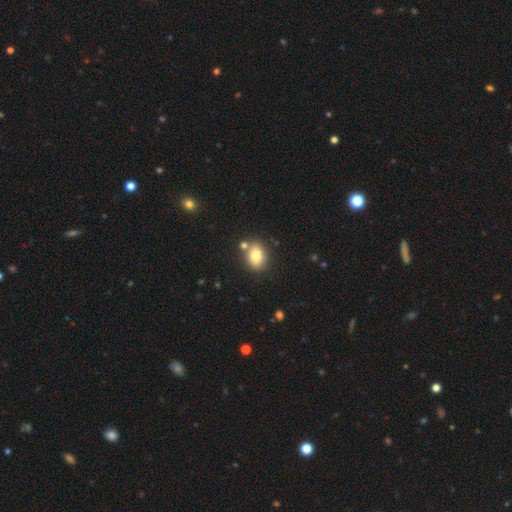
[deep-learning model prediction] The model was most divided on "how rounded": in between: 68%, round: 30%, cigar-shaped: 1%. More confident: smooth or featured — smooth (80%); merging — none (76%).